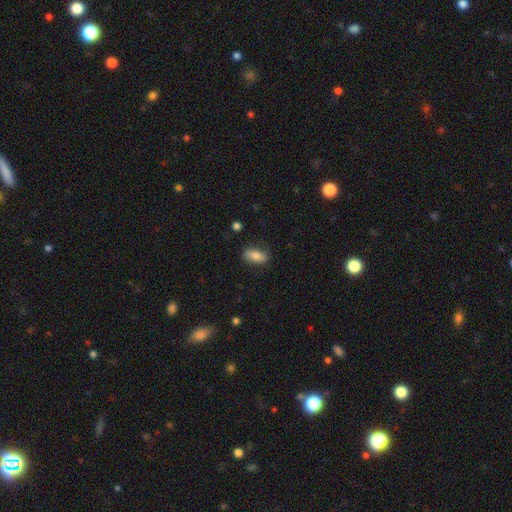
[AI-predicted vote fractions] Morphology: type=smooth (74%); roundness=in between (86%); merging=none (77%).